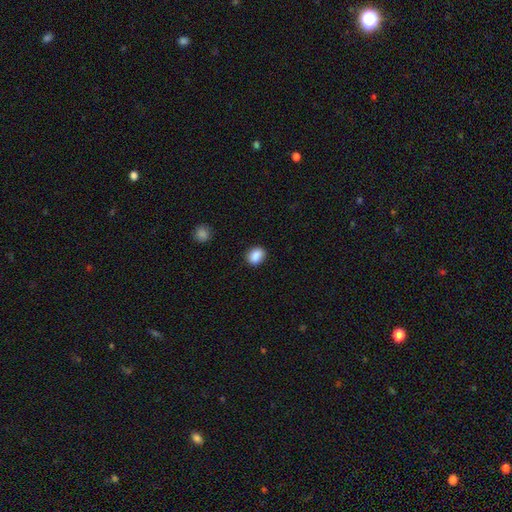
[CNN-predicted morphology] The model was most divided on "how rounded": in between: 59%, round: 39%, cigar-shaped: 1%. More confident: smooth or featured — smooth (88%); merging — none (84%).